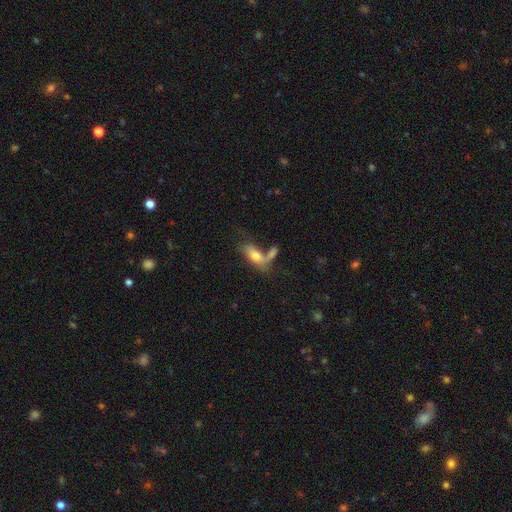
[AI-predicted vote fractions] Q: Smooth or featured?
A: smooth (65%); runner-up: featured or disk (27%)
Q: How rounded?
A: in between (72%); runner-up: cigar-shaped (24%)
Q: Merging?
A: merger (38%); runner-up: none (36%)